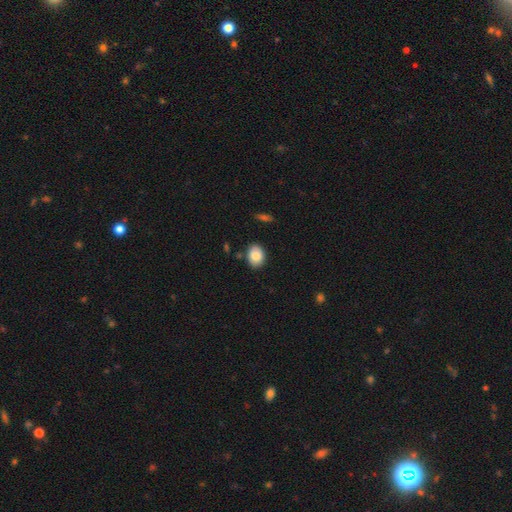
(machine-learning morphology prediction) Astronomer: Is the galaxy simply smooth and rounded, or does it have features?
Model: smooth — 85%.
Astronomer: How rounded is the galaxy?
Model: in between — 65%.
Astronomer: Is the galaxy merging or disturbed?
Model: none — 84%.